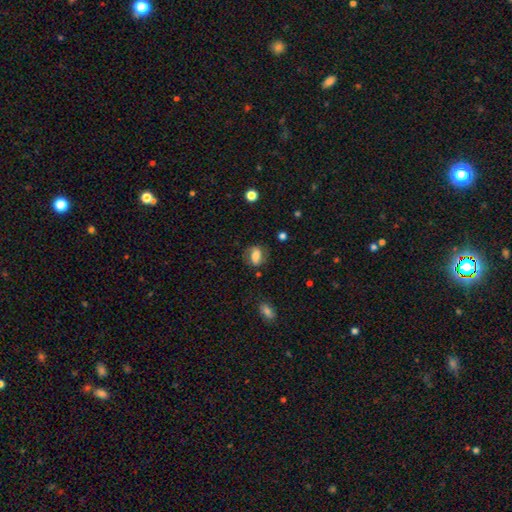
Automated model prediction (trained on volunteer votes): smooth-or-featured: smooth: 63% | featured or disk: 28% | star or artifact: 9%
  how-rounded: in between: 76% | round: 19% | cigar-shaped: 5%
  merging: none: 69% | minor disturbance: 20% | major disturbance: 9% | merger: 2%